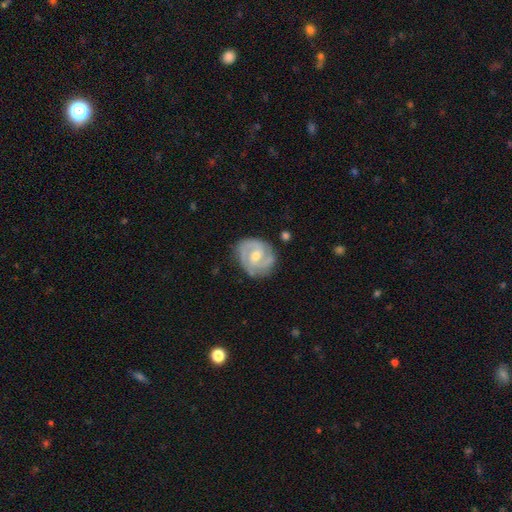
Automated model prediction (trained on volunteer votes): Smooth or featured? featured or disk (84%)
Edge-on disk? no (98%)
Bar? weak (47%)
Spiral arms? yes (94%)
Spiral winding? tight (52%)
Spiral arm count? 2 (67%)
Bulge size? moderate (59%)
Merging? none (77%)